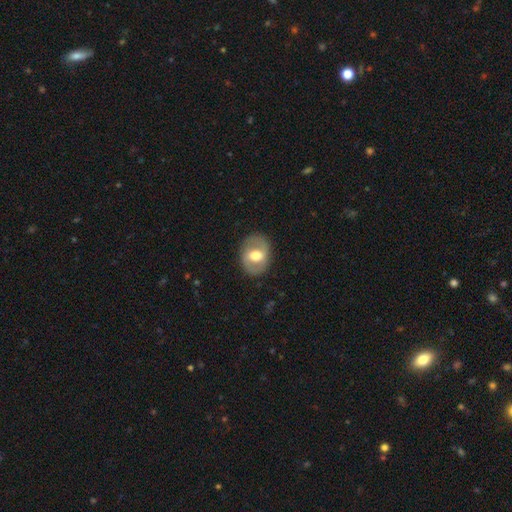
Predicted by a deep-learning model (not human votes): Overall: featured or disk (53%; smooth 41%). Edge-on disk: no (95%). Bar: weak (42%; no 33%). Spiral arms: no (56%; yes 44%). Bulge size: moderate (66%). Merging: none (84%).